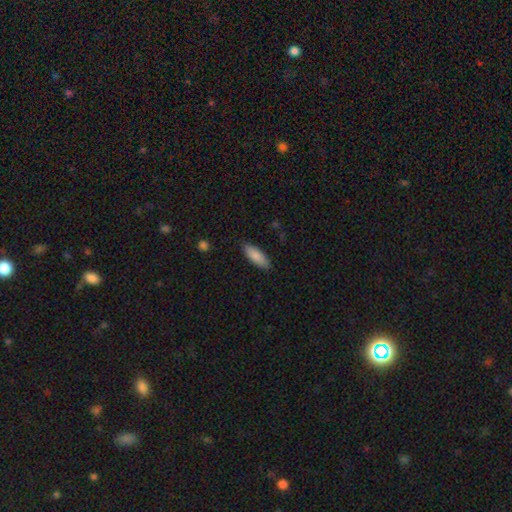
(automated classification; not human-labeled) Smooth or featured: smooth — 88% (featured or disk — 6%)
How rounded: in between — 68% (cigar-shaped — 31%)
Merging: none — 86% (minor disturbance — 11%)